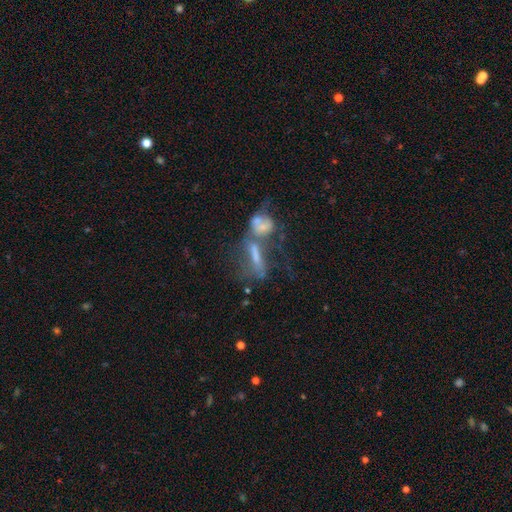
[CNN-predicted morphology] This is possibly a featured or disk galaxy (52%). It is clearly not viewed edge-on (82%). Merging: possibly merger (58%).